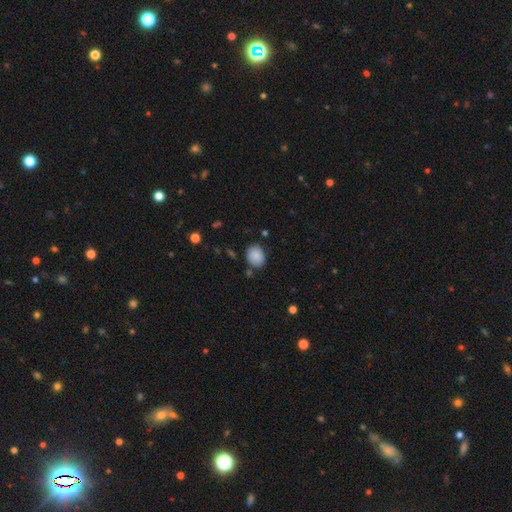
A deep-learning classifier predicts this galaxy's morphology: smooth 87%, star or artifact 8%, featured or disk 5%. Down the decision tree: how rounded — in between (58%); merging — none (79%).